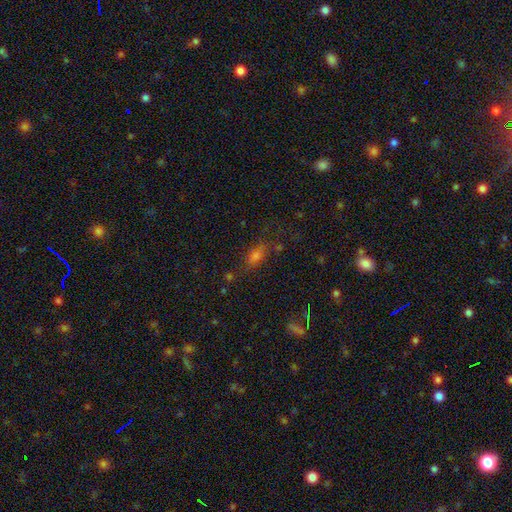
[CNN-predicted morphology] This is possibly a smooth galaxy (60%). How rounded: likely in between (68%). Merging: likely none (65%).